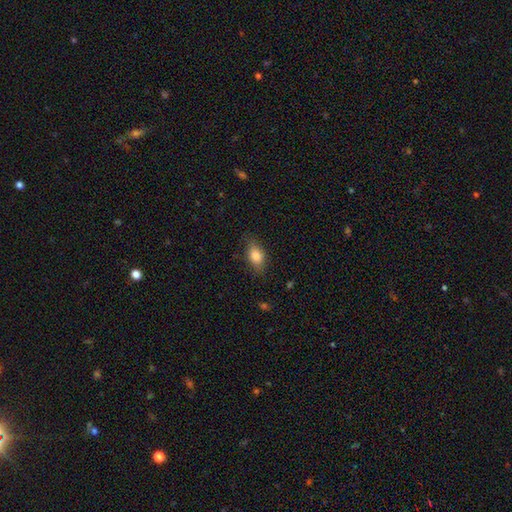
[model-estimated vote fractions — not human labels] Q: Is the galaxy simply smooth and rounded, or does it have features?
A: smooth — 82%.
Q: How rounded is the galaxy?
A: in between — 85%.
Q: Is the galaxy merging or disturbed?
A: none — 78%.